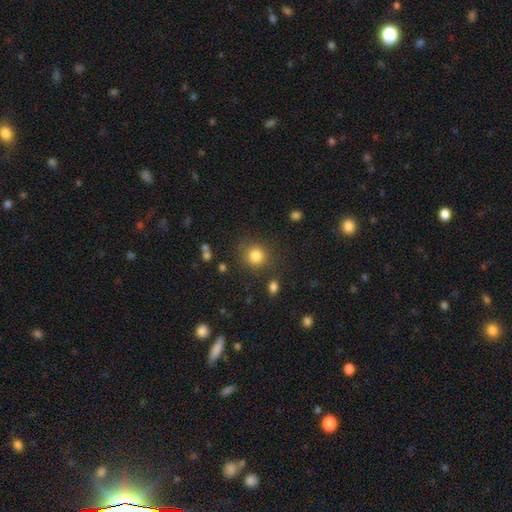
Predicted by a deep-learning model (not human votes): Q: Smooth or featured?
A: smooth (83%); runner-up: star or artifact (11%)
Q: How rounded?
A: round (89%); runner-up: in between (10%)
Q: Merging?
A: none (82%); runner-up: minor disturbance (10%)